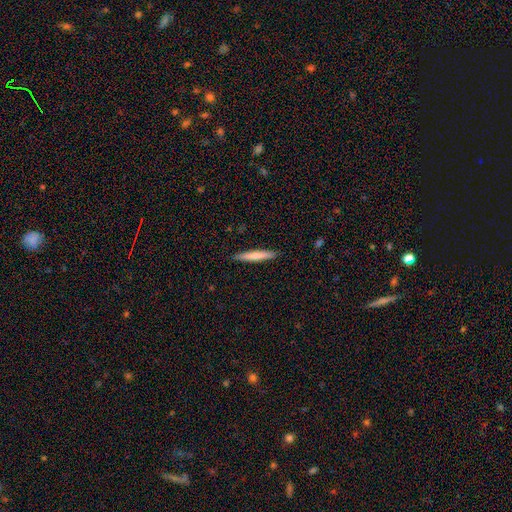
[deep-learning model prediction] Smooth or featured? Predicted: smooth (p=0.72). How rounded? Predicted: cigar-shaped (p=0.94). Merging? Predicted: none (p=0.90).